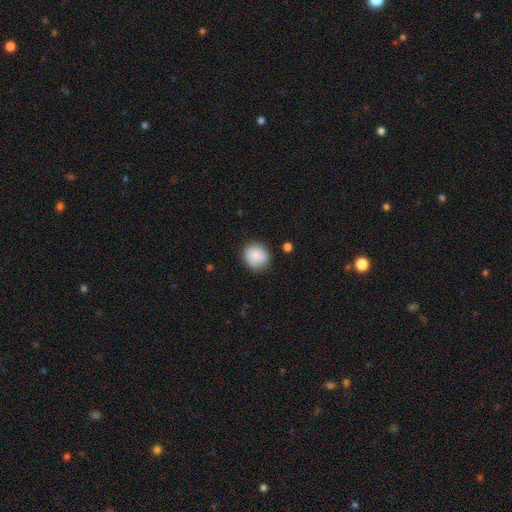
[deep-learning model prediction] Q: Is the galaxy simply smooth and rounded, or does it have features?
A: smooth — 82%.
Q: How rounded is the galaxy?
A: round — 81%.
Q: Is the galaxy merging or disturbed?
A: none — 79%.